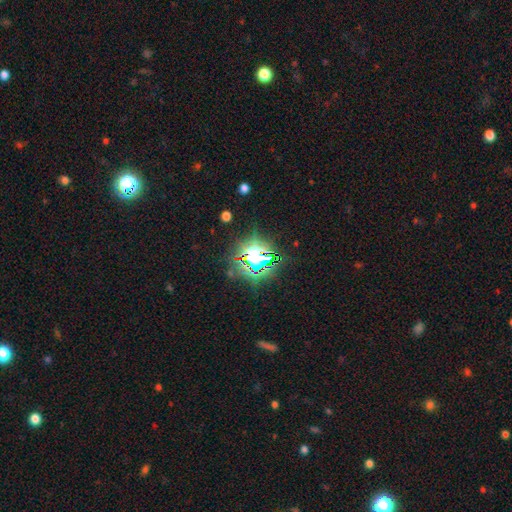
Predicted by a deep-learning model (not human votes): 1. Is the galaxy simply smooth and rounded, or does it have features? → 72% star or artifact, 17% smooth, 11% featured or disk.